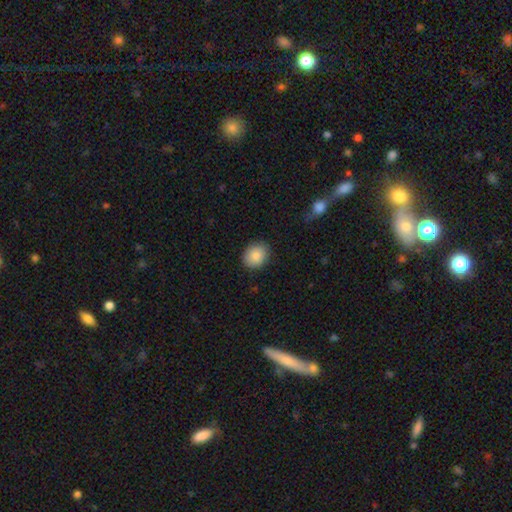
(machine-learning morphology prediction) Q: Smooth or featured?
A: smooth (86%); runner-up: star or artifact (8%)
Q: How rounded?
A: round (61%); runner-up: in between (38%)
Q: Merging?
A: none (87%); runner-up: minor disturbance (10%)